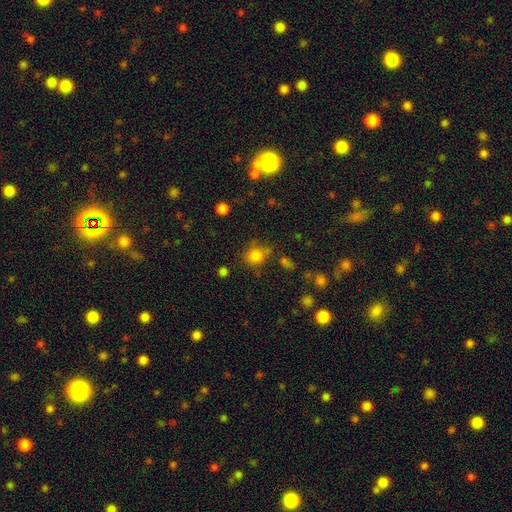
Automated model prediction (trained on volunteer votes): smooth 79%, star or artifact 14%, featured or disk 6%. Down the decision tree: how rounded — round (74%); merging — none (67%).